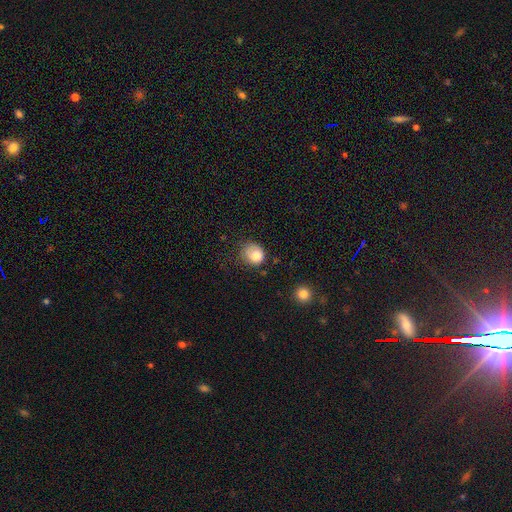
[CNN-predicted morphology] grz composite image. It shows a smooth galaxy with no disk features (79%) that is round (74%). Merging: none (48%).